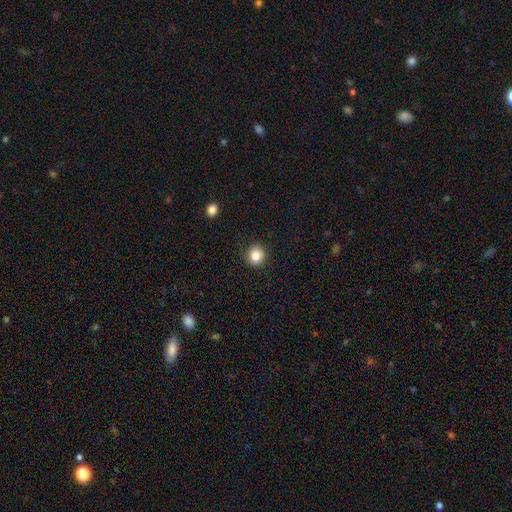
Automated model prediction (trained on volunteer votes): The model was most divided on "smooth or featured": smooth: 84%, star or artifact: 10%, featured or disk: 5%. More confident: merging — none (88%); how rounded — round (87%).